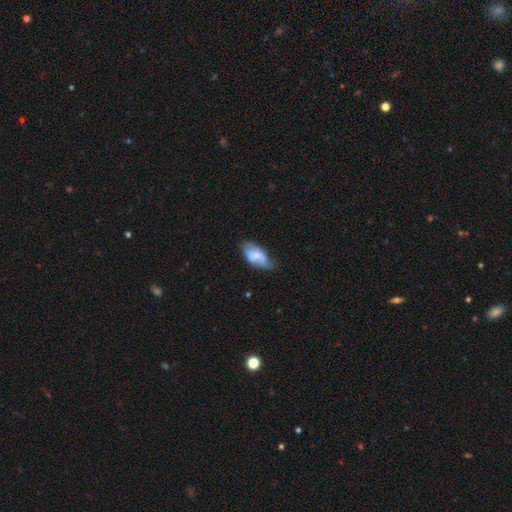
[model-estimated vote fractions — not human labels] A smooth galaxy with no disk features (61%) that is in between round and cigar-shaped (91%).

Vote fractions:
- Smooth or featured? smooth: 61% / featured or disk: 32% / star or artifact: 7%
- How rounded? in between: 91% / cigar-shaped: 6% / round: 3%
- Merging? none: 52% / minor disturbance: 35% / major disturbance: 10% / merger: 3%